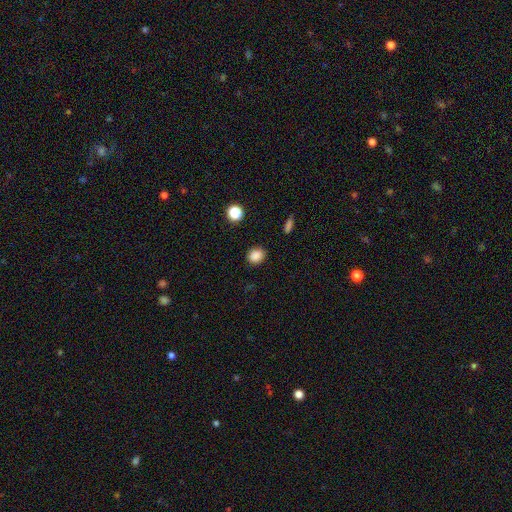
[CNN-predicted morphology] Smooth or featured? Predicted: smooth (p=0.86). How rounded? Predicted: round (p=0.64). Merging? Predicted: none (p=0.88).